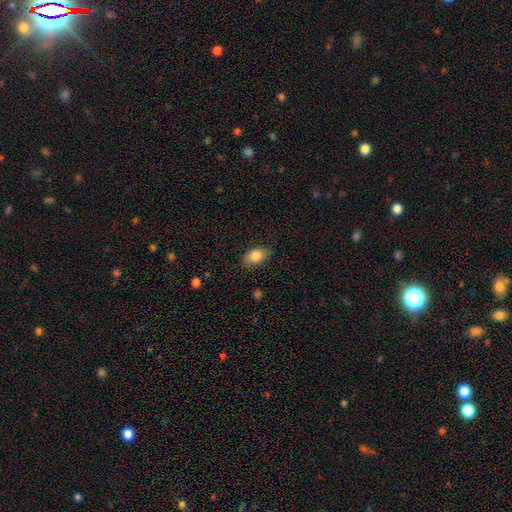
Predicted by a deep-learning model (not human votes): Overall: smooth (82%). How rounded: in between (87%). Merging: none (76%).